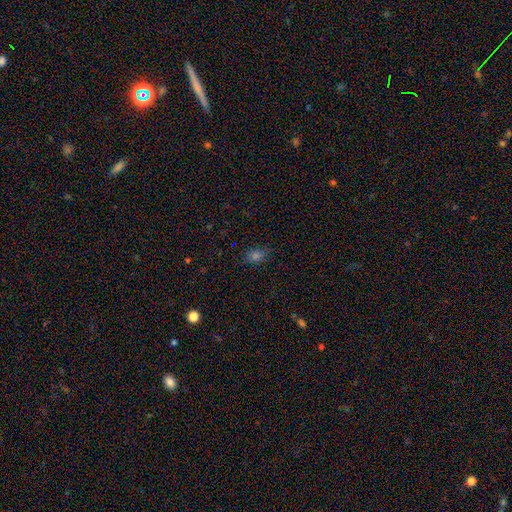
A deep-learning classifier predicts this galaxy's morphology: The model was most divided on "how rounded": in between: 65%, round: 33%, cigar-shaped: 2%. More confident: merging — none (81%); smooth or featured — smooth (71%).